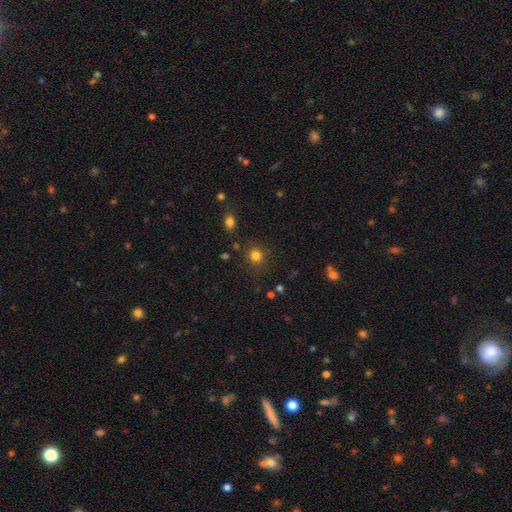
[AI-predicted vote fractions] Q: Smooth or featured?
A: smooth (81%); runner-up: star or artifact (14%)
Q: How rounded?
A: round (87%); runner-up: in between (12%)
Q: Merging?
A: none (83%); runner-up: minor disturbance (9%)